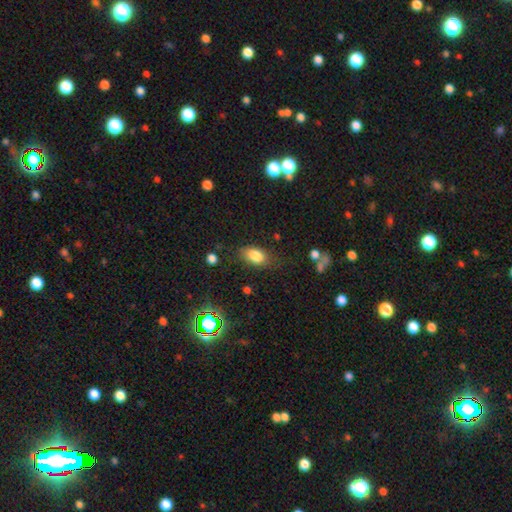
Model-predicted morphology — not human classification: Q: Smooth or featured?
A: smooth (83%); runner-up: star or artifact (9%)
Q: How rounded?
A: in between (88%); runner-up: round (8%)
Q: Merging?
A: none (72%); runner-up: minor disturbance (19%)